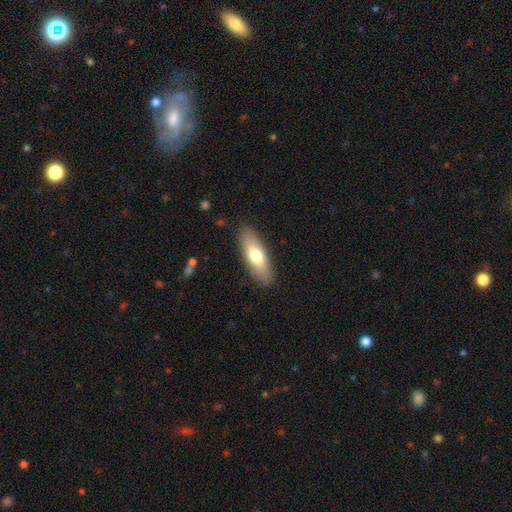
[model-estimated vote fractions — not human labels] Smooth or featured: smooth — 70% (featured or disk — 24%)
How rounded: in between — 59% (cigar-shaped — 39%)
Merging: none — 87% (minor disturbance — 9%)